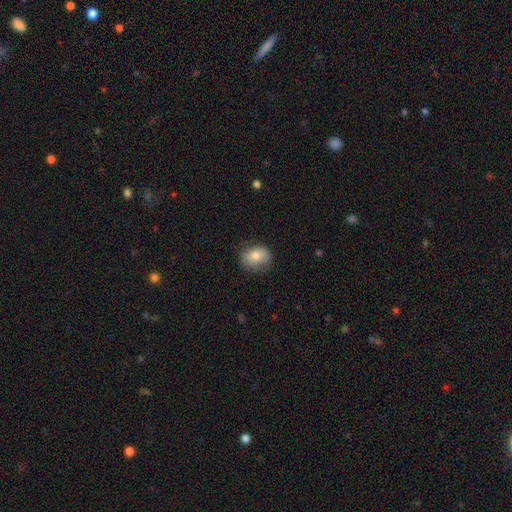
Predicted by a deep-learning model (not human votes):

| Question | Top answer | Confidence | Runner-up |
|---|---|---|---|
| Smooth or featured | smooth | 76% | featured or disk (16%) |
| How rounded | in between | 52% | round (46%) |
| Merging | none | 76% | minor disturbance (18%) |